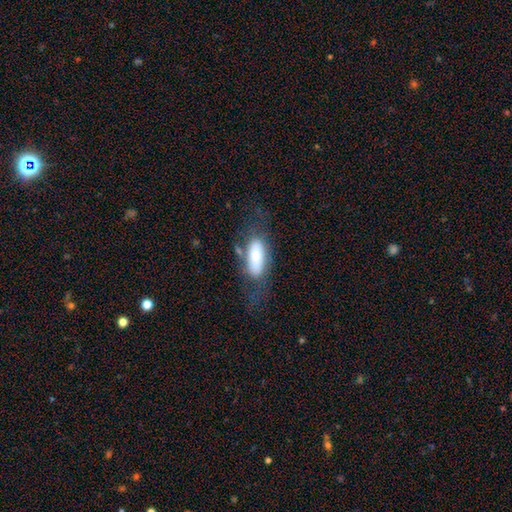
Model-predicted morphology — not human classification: Smooth or featured? Predicted: smooth (p=0.65). How rounded? Predicted: in between (p=0.76). Merging? Predicted: none (p=0.52).